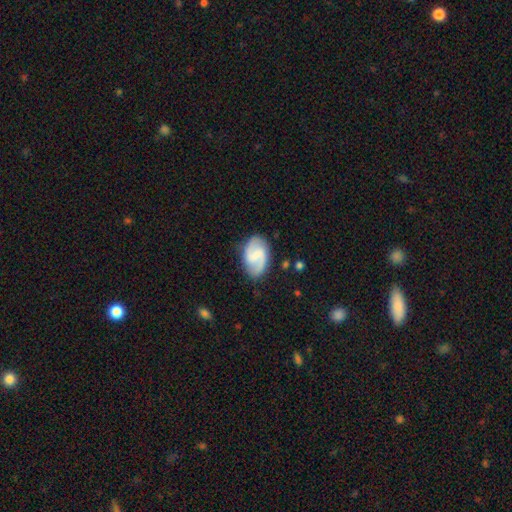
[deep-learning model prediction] Q: Smooth or featured?
A: featured or disk (73%); runner-up: smooth (21%)
Q: Edge-on disk?
A: no (98%); runner-up: yes (2%)
Q: Bar?
A: weak (53%); runner-up: no (25%)
Q: Spiral arms?
A: yes (94%); runner-up: no (6%)
Q: Spiral winding?
A: medium (47%); runner-up: loose (34%)
Q: Spiral arm count?
A: 2 (90%); runner-up: can't tell (4%)
Q: Bulge size?
A: none (41%); runner-up: small (38%)
Q: Merging?
A: none (81%); runner-up: minor disturbance (14%)